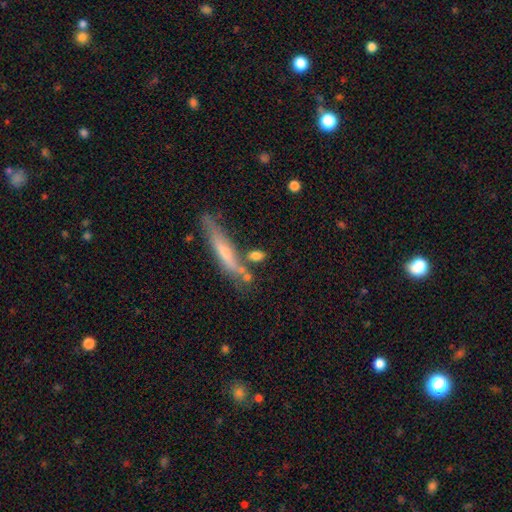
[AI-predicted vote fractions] smooth 73%, featured or disk 18%, star or artifact 8%. Down the decision tree: how rounded — in between (56%); merging — none (62%).